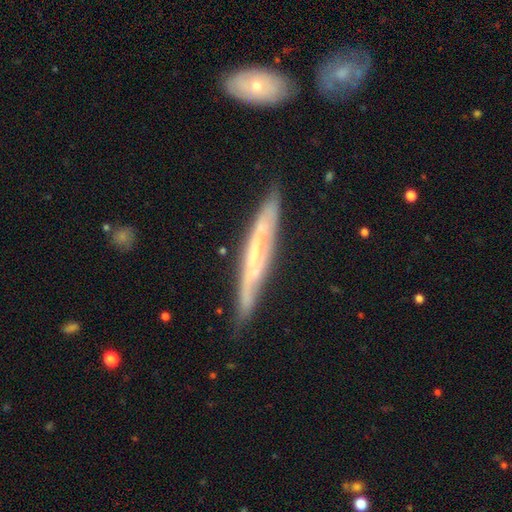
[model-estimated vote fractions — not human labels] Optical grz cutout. It shows a featured or disk galaxy (68%) viewed edge-on (80%) with no central bulge (71%). Merging: none (77%).